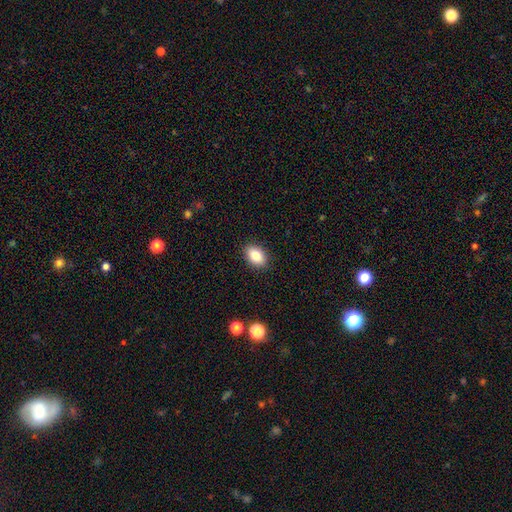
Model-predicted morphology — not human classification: smooth-or-featured: smooth: 85% | star or artifact: 8% | featured or disk: 7%
  how-rounded: in between: 85% | round: 14% | cigar-shaped: 1%
  merging: none: 89% | minor disturbance: 8% | major disturbance: 2% | merger: 1%